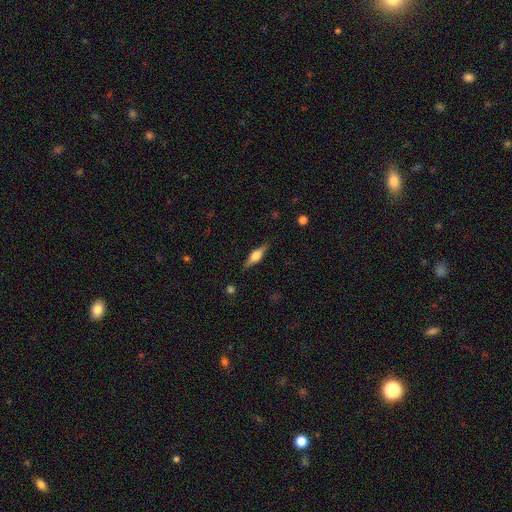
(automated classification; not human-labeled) Q: Smooth or featured?
A: featured or disk (61%); runner-up: smooth (33%)
Q: Edge-on disk?
A: yes (96%); runner-up: no (4%)
Q: Edge-on bulge?
A: rounded (89%); runner-up: boxy (9%)
Q: Merging?
A: none (87%); runner-up: minor disturbance (10%)